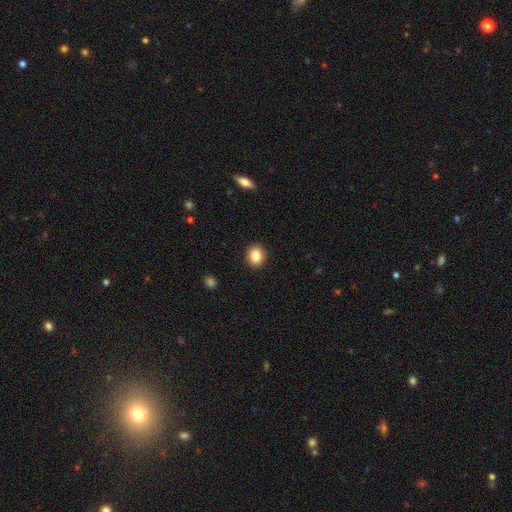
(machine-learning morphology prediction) Smooth or featured?
  - smooth: 85% *
  - star or artifact: 9%
  - featured or disk: 6%
How rounded?
  - round: 60% *
  - in between: 39%
  - cigar-shaped: 1%
Merging?
  - none: 91% *
  - minor disturbance: 6%
  - major disturbance: 2%
  - merger: 1%